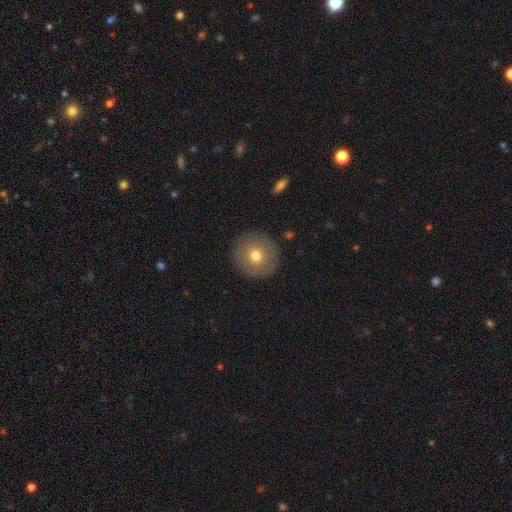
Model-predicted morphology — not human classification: smooth 66%, featured or disk 25%, star or artifact 9%. Down the decision tree: how rounded — round (95%); merging — none (89%).